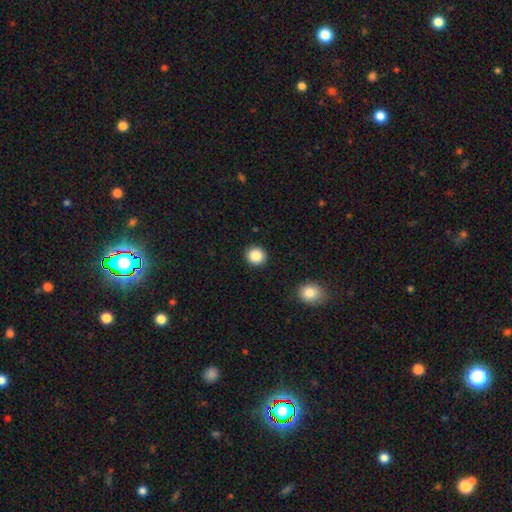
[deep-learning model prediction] This appears to be a smooth galaxy with no disk features (87%) that is round (92%). Merging: none (92%).